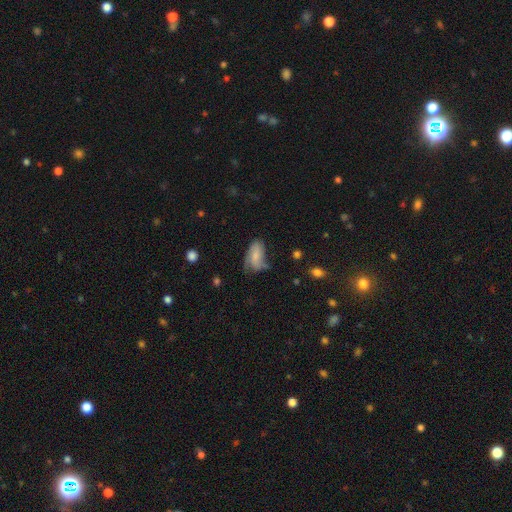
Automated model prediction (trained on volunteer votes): Smooth or featured? smooth (64%)
How rounded? in between (91%)
Merging? minor disturbance (36%)